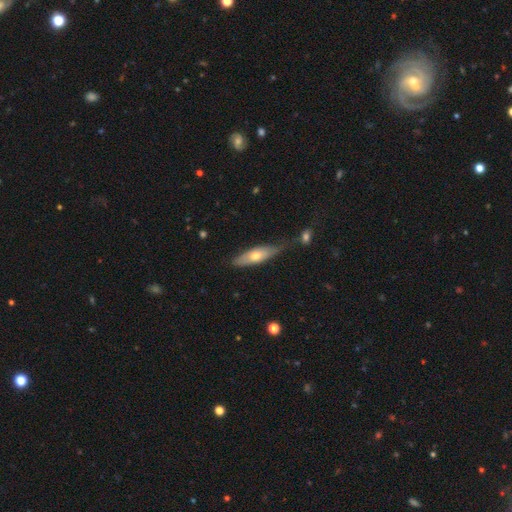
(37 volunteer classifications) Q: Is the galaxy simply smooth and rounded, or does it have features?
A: featured or disk — 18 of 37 (49%).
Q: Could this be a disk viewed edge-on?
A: no — 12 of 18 (67%).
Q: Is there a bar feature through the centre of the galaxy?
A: no — 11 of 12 (92%).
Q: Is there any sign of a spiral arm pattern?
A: no — 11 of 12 (92%).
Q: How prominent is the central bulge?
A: moderate — 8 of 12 (67%).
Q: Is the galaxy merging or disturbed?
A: none — 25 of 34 (74%).